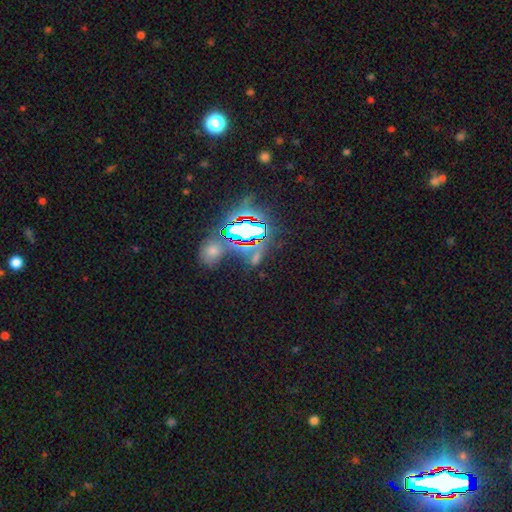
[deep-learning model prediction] Smooth or featured?
  - star or artifact: 72% *
  - smooth: 17%
  - featured or disk: 11%